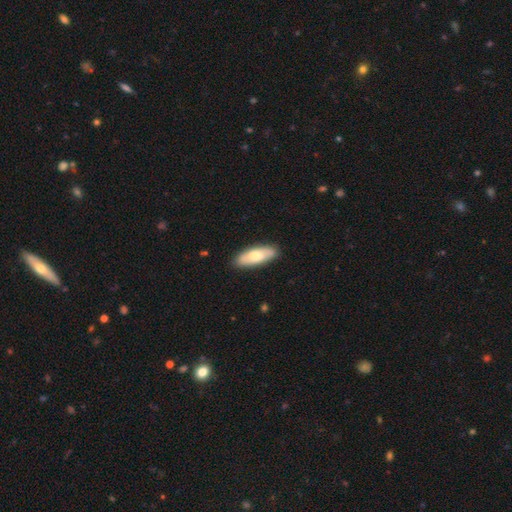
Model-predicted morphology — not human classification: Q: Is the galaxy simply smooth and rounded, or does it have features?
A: smooth — 66%.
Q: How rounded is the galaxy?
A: in between — 71%.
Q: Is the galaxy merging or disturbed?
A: none — 88%.